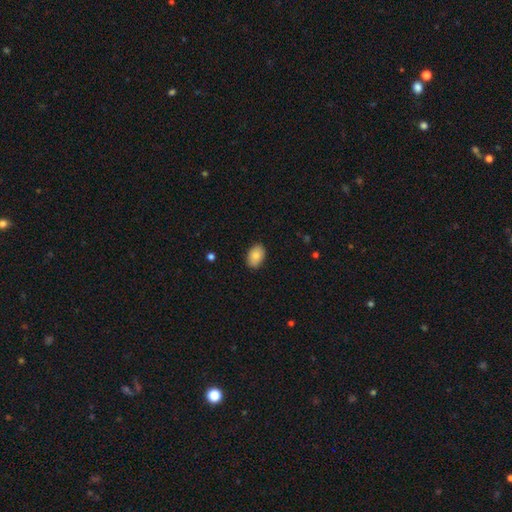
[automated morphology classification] This appears to be a smooth galaxy with no disk features (85%) that is in between round and cigar-shaped (87%). Merging: none (88%).